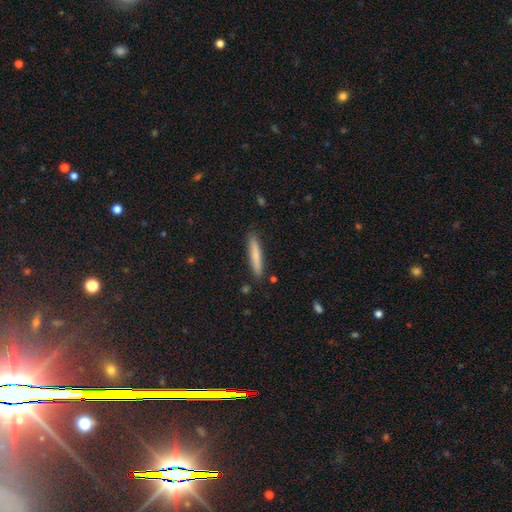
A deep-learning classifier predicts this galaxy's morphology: type=smooth (76%); roundness=cigar-shaped (92%); merging=none (88%).